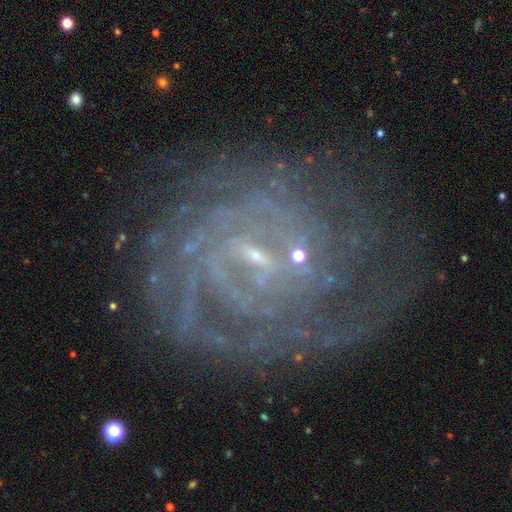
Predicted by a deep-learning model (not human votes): A featured or disk galaxy (81%) with a weak bar (46%), tight (73%) spiral arms (93%) and a small central bulge (72%). Merging: none (66%).